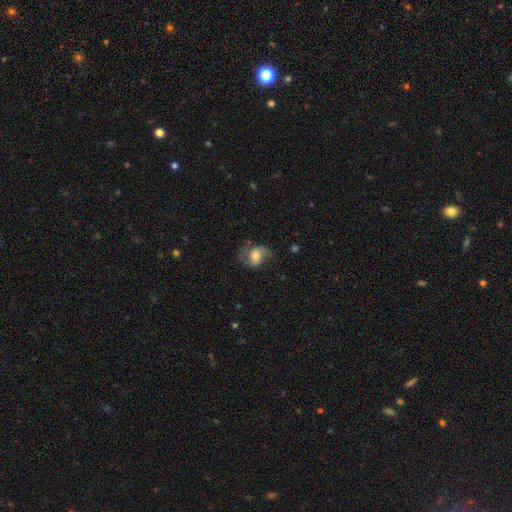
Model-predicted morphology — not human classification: Overall: featured or disk (47%; smooth 45%). Merging: none (52%; minor disturbance 26%).